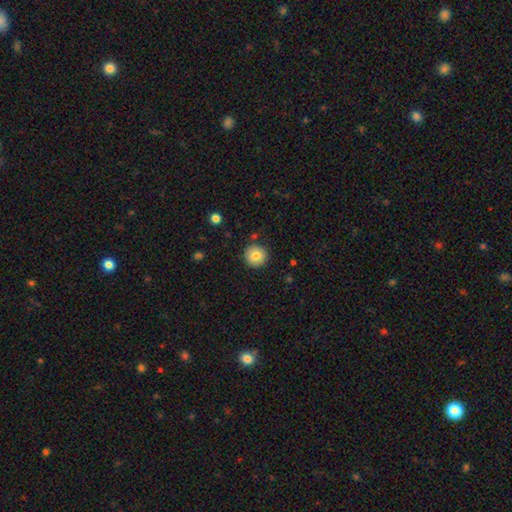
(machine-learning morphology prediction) This appears to be a smooth galaxy with no disk features (82%) that is round (94%). Merging: none (89%).